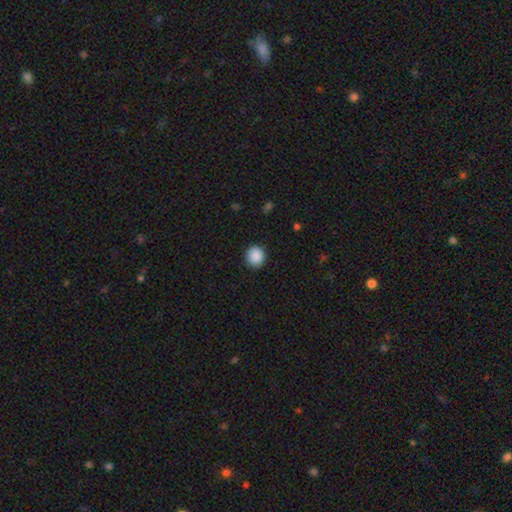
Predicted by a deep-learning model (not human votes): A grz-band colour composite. It shows a smooth galaxy with no disk features (89%) that is round (86%). Merging: none (89%).